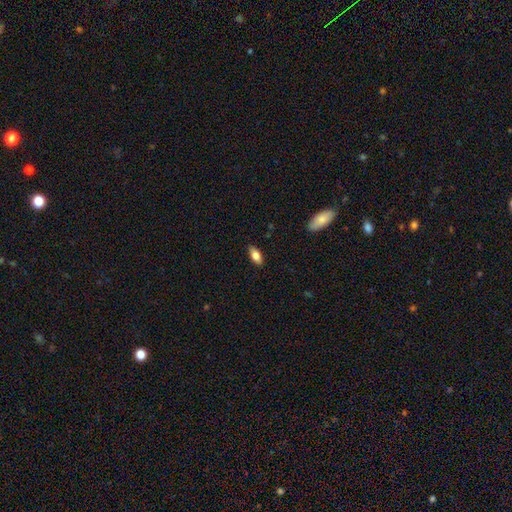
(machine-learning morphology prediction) This appears to be a smooth galaxy with no disk features (78%) that is in between round and cigar-shaped (86%). Merging: none (86%).